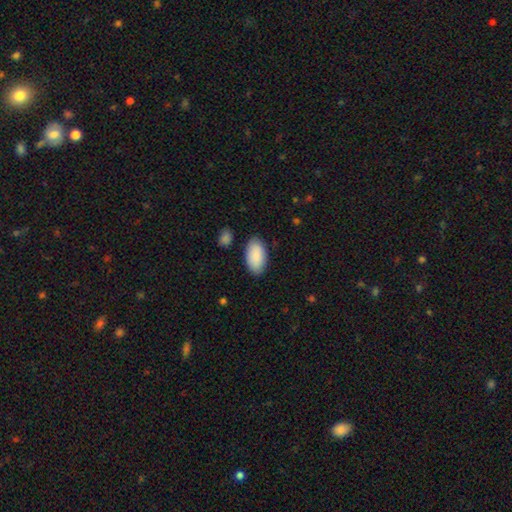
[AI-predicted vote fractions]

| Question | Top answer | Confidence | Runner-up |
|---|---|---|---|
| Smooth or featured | smooth | 90% | star or artifact (5%) |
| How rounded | in between | 96% | round (2%) |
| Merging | none | 86% | minor disturbance (10%) |